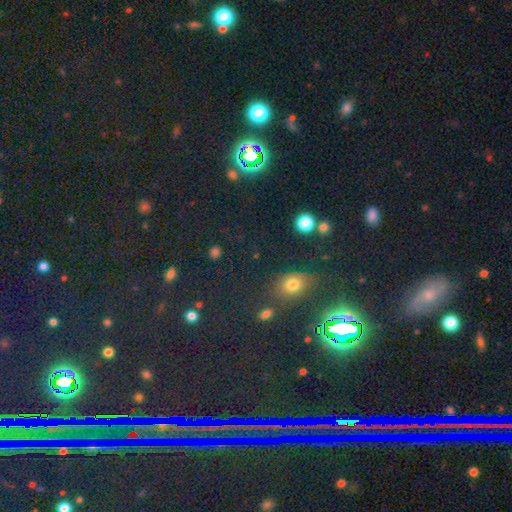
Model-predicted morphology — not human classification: A star or artifact, not a galaxy (59%).